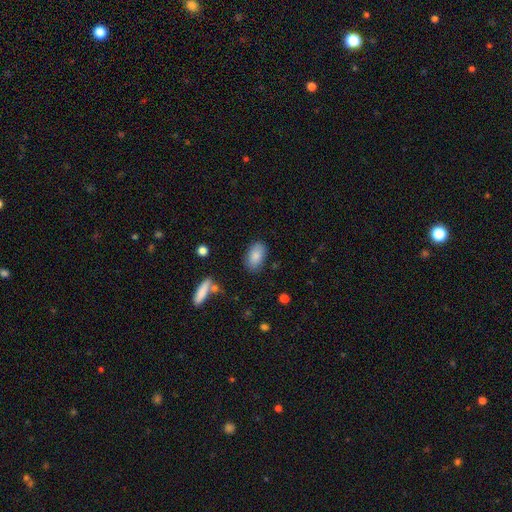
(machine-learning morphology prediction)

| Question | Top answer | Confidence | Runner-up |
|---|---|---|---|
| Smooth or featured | smooth | 85% | featured or disk (8%) |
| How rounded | in between | 92% | round (5%) |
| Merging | none | 81% | minor disturbance (13%) |